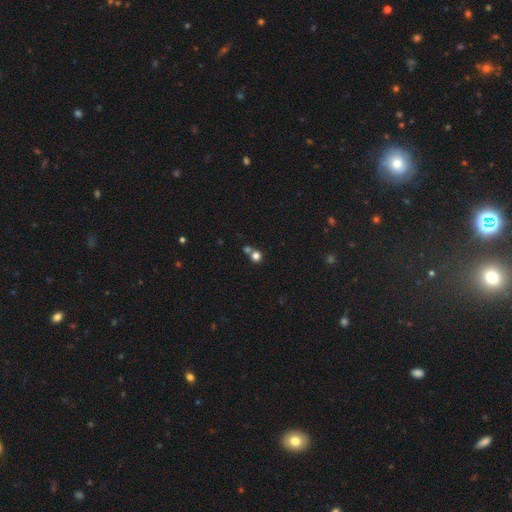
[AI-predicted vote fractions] smooth_or_featured: smooth (p=0.76) [alt: star or artifact p=0.17]
how_rounded: round (p=0.89) [alt: in between p=0.10]
merging: none (p=0.56) [alt: merger p=0.33]